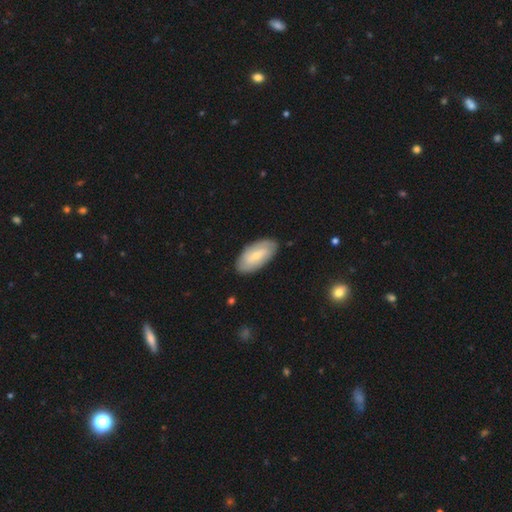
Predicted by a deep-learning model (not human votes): smooth_or_featured: smooth (p=0.54) [alt: featured or disk p=0.40]
how_rounded: in between (p=0.92) [alt: cigar-shaped p=0.06]
merging: none (p=0.84) [alt: minor disturbance p=0.12]